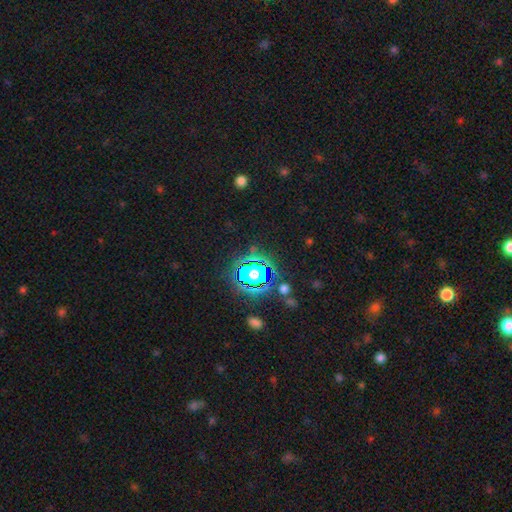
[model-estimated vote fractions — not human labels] A star or artifact, not a galaxy (77%).